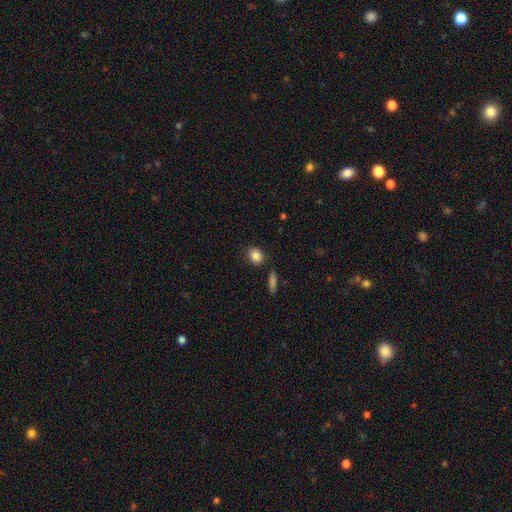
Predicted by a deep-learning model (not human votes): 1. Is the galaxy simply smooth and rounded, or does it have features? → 86% smooth, 9% star or artifact, 5% featured or disk.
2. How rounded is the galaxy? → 64% round, 34% in between, 2% cigar-shaped.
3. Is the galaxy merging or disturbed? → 84% none, 10% minor disturbance, 3% merger, 2% major disturbance.